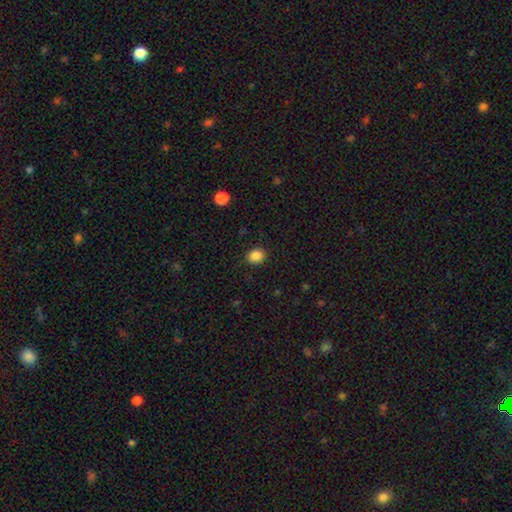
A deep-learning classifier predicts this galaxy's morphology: Q: Smooth or featured?
A: smooth (87%); runner-up: star or artifact (10%)
Q: How rounded?
A: round (61%); runner-up: in between (38%)
Q: Merging?
A: none (88%); runner-up: minor disturbance (8%)